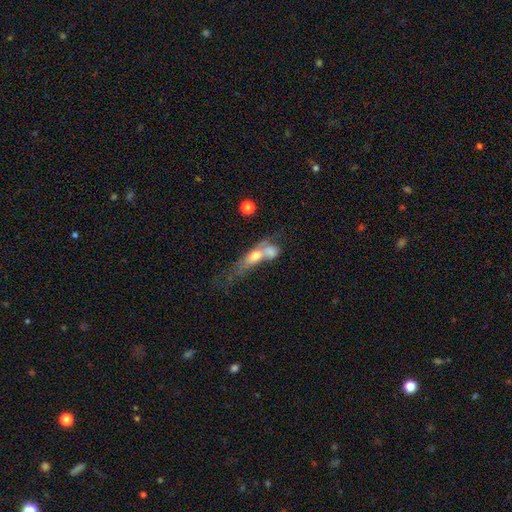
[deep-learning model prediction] Smooth or featured: smooth — 50% (featured or disk — 41%)
Merging: merger — 60% (none — 16%)